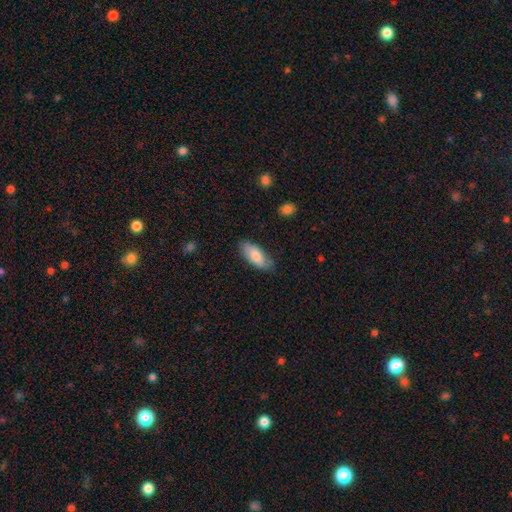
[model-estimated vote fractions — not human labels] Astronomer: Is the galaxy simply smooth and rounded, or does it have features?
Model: smooth — 78%.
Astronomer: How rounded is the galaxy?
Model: in between — 82%.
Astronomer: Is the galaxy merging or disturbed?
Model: none — 78%.